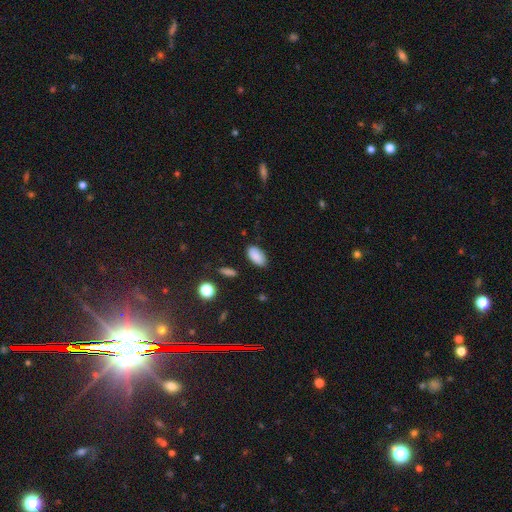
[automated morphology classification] Smooth or featured? Predicted: smooth (p=0.88). How rounded? Predicted: in between (p=0.94). Merging? Predicted: none (p=0.84).